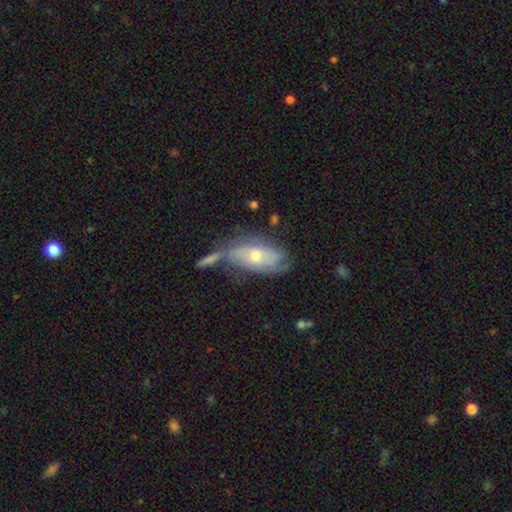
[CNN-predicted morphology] featured or disk 53%, smooth 40%, star or artifact 7%. Down the decision tree: edge-on disk — no (86%); merging — none (46%).